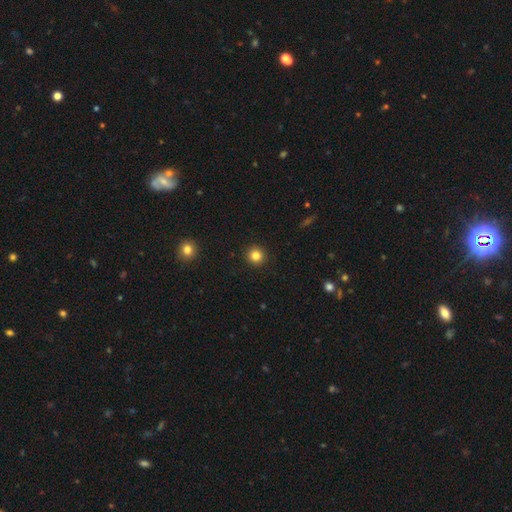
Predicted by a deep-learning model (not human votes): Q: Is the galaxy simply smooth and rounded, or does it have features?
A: smooth — 83%.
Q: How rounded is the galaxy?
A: round — 94%.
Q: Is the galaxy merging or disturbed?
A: none — 93%.